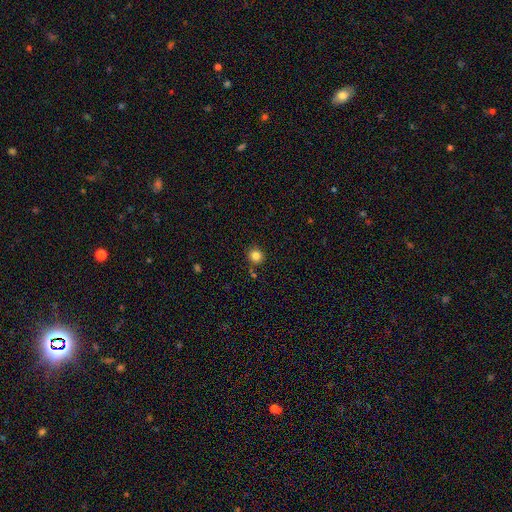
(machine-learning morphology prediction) smooth 84%, star or artifact 12%, featured or disk 5%. Down the decision tree: how rounded — round (90%); merging — none (85%).